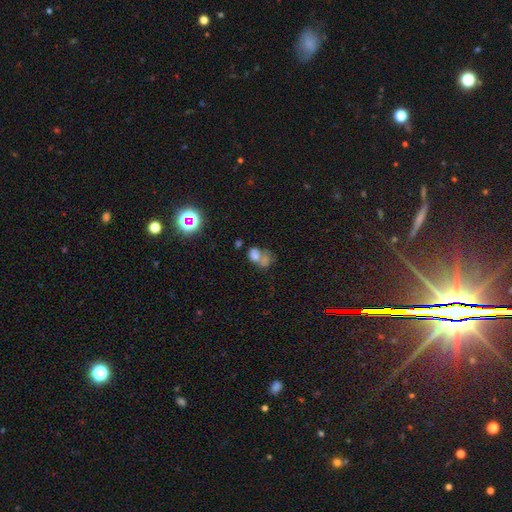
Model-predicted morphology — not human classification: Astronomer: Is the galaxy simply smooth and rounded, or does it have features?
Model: smooth — 61%.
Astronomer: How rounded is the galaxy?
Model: in between — 66%.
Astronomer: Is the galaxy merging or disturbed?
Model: merger — 51%.